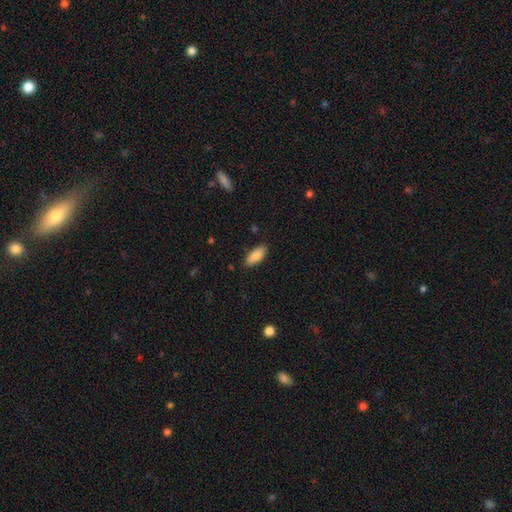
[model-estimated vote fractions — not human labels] smooth-or-featured: smooth: 86% | featured or disk: 8% | star or artifact: 6%
  how-rounded: in between: 83% | cigar-shaped: 15% | round: 2%
  merging: none: 86% | minor disturbance: 10% | major disturbance: 2% | merger: 1%